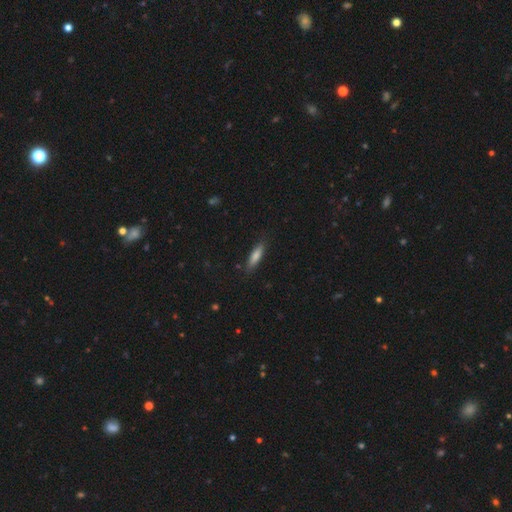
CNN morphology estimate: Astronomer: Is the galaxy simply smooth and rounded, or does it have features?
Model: smooth — 75%.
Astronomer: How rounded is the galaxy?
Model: cigar-shaped — 67%.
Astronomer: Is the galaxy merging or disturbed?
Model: none — 84%.